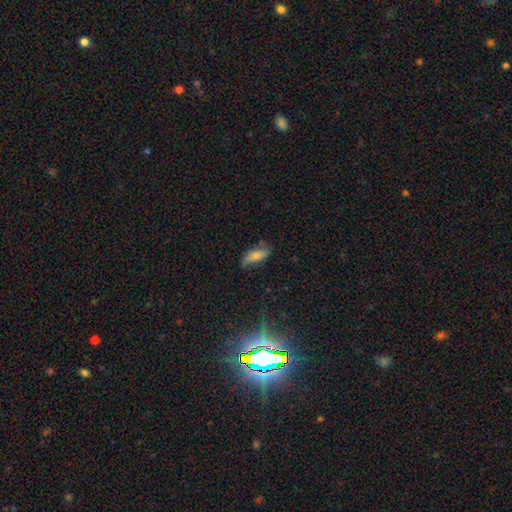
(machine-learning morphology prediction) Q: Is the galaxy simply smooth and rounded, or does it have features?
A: smooth — 68%.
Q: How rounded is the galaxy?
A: in between — 72%.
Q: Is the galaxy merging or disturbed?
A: none — 59%.